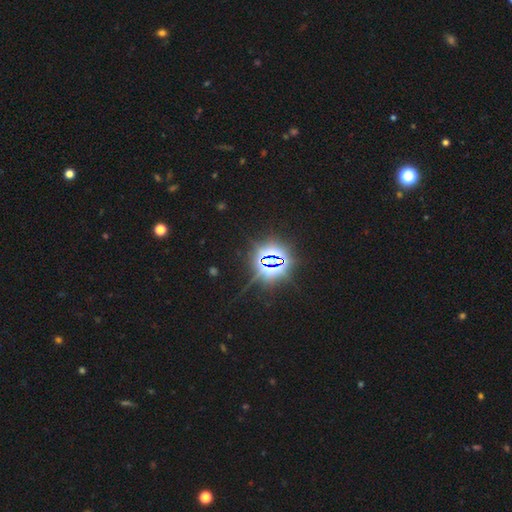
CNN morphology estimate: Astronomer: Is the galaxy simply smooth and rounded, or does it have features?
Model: star or artifact — 84%.